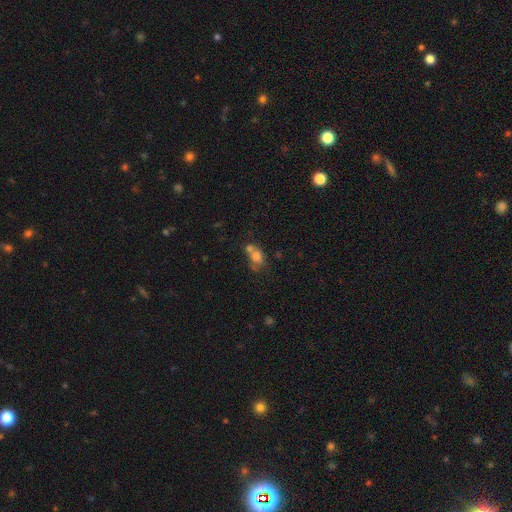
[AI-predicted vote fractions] Q: Smooth or featured?
A: smooth (69%); runner-up: featured or disk (17%)
Q: How rounded?
A: in between (50%); runner-up: round (48%)
Q: Merging?
A: merger (48%); runner-up: none (31%)